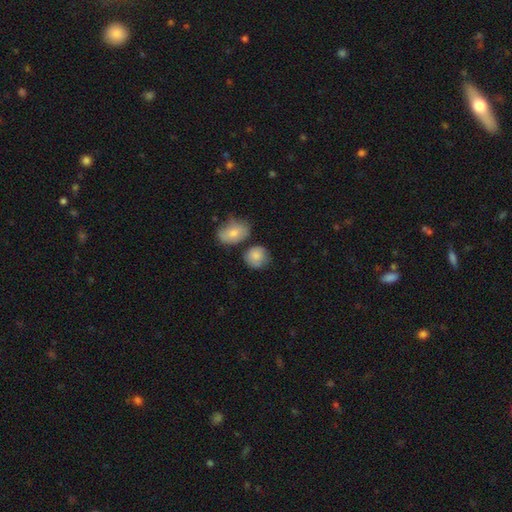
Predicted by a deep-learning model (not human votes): This appears to be a smooth galaxy with no disk features (84%) that is round (73%). Merging: none (61%).